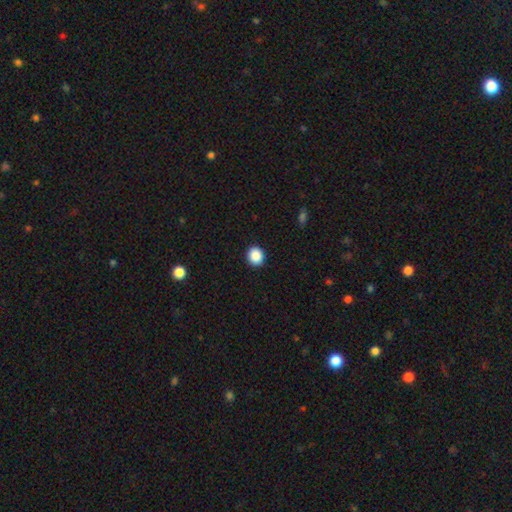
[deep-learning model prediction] Smooth or featured? smooth (89%)
How rounded? round (80%)
Merging? none (91%)